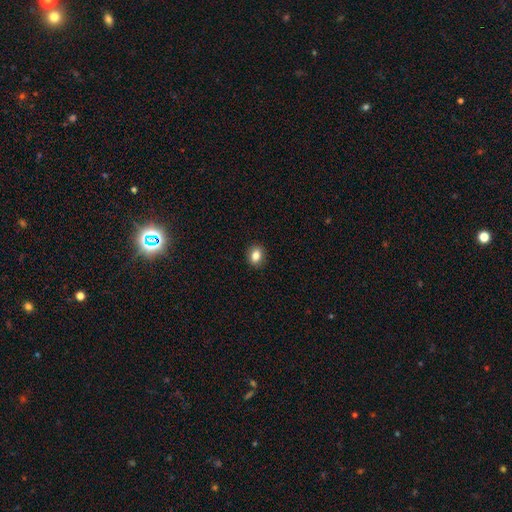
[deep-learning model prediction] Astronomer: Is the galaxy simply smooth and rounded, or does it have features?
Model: smooth — 85%.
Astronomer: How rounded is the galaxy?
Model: in between — 53% (runner-up: round, 46%).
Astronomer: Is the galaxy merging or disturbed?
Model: none — 90%.